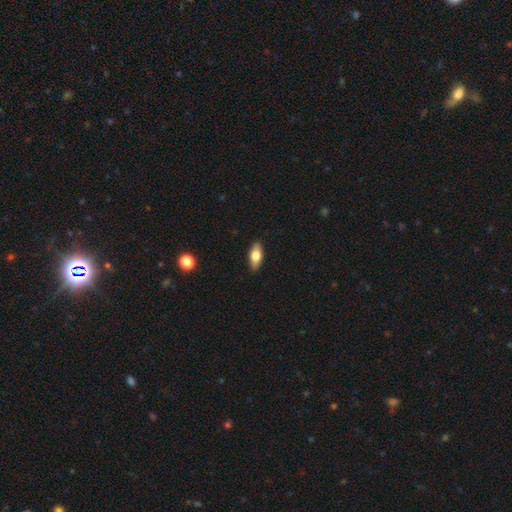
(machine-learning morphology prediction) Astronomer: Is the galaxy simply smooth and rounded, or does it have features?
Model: smooth — 66%.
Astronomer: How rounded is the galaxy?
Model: in between — 80%.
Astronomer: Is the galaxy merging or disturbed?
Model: none — 89%.